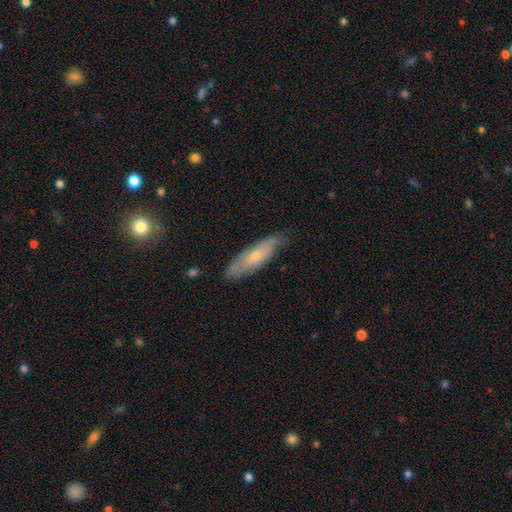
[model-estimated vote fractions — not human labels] Smooth or featured? Predicted: smooth (p=0.50). How rounded? Predicted: cigar-shaped (p=0.60). Merging? Predicted: none (p=0.74).